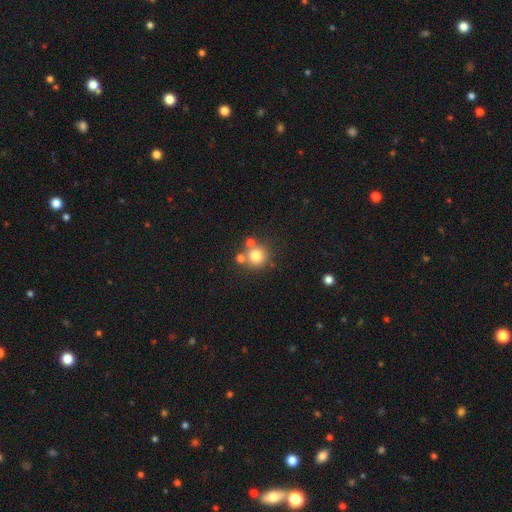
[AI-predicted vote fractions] A smooth galaxy with no disk features (77%) that is round (91%).

Vote fractions:
- Smooth or featured? smooth: 77% / star or artifact: 13% / featured or disk: 10%
- How rounded? round: 91% / in between: 8% / cigar-shaped: 1%
- Merging? none: 66% / merger: 22% / minor disturbance: 9% / major disturbance: 4%